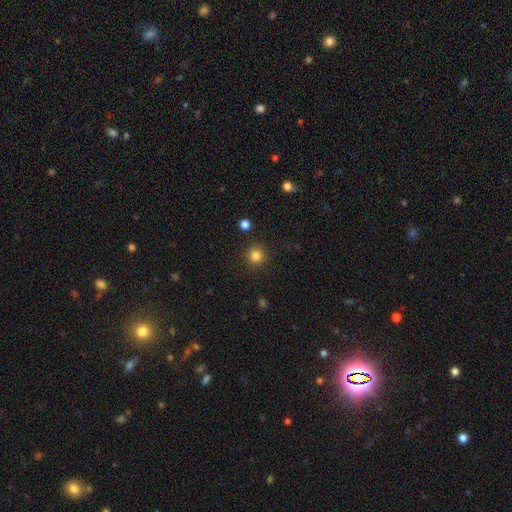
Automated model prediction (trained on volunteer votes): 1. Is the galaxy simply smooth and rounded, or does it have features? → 83% smooth, 13% star or artifact, 5% featured or disk.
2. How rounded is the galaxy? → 94% round, 5% in between, 1% cigar-shaped.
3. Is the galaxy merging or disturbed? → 91% none, 5% minor disturbance, 2% major disturbance, 2% merger.